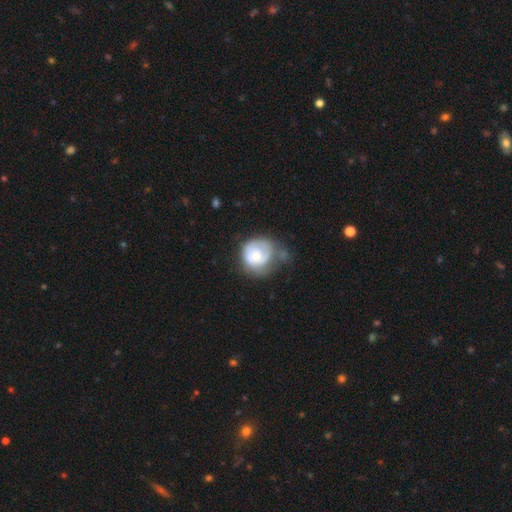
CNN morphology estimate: Smooth or featured? smooth (47%, tied with featured or disk)
Merging? none (36%)